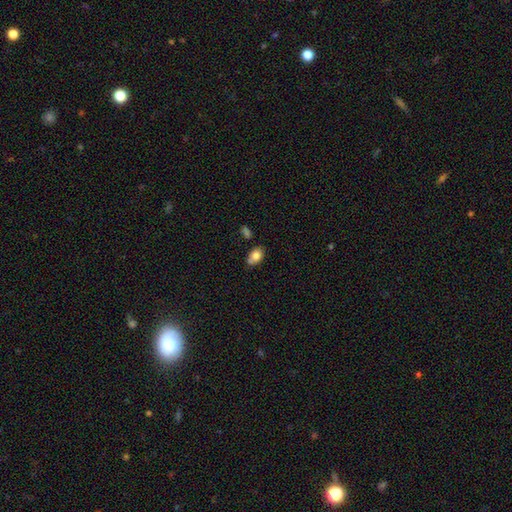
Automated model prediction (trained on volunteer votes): Q: Smooth or featured?
A: smooth (78%); runner-up: featured or disk (13%)
Q: How rounded?
A: in between (85%); runner-up: round (13%)
Q: Merging?
A: none (64%); runner-up: minor disturbance (23%)